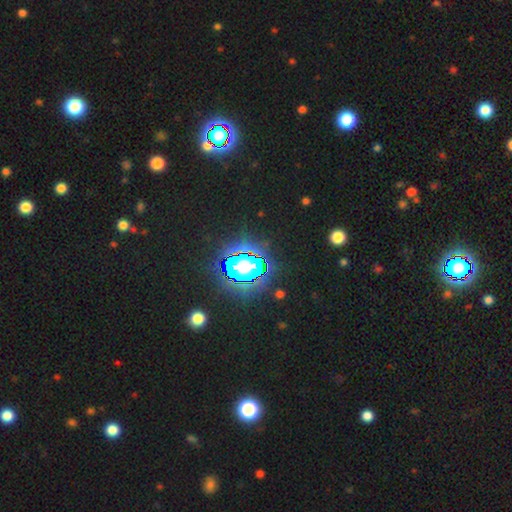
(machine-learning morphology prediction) Q: Smooth or featured?
A: star or artifact (83%); runner-up: smooth (10%)